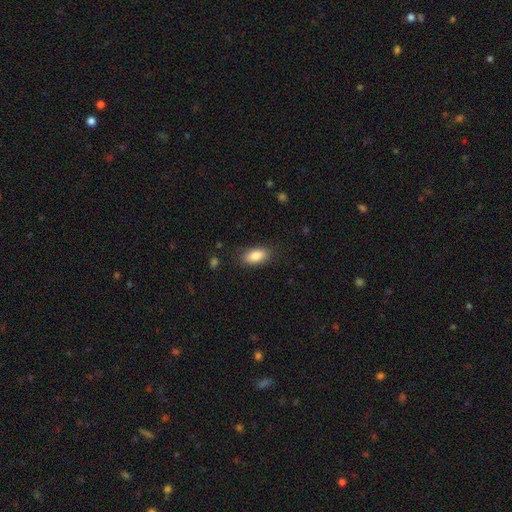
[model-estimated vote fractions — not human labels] The model was most divided on "merging": none: 84%, minor disturbance: 12%, major disturbance: 3%, merger: 1%. More confident: how rounded — in between (90%); smooth or featured — smooth (86%).